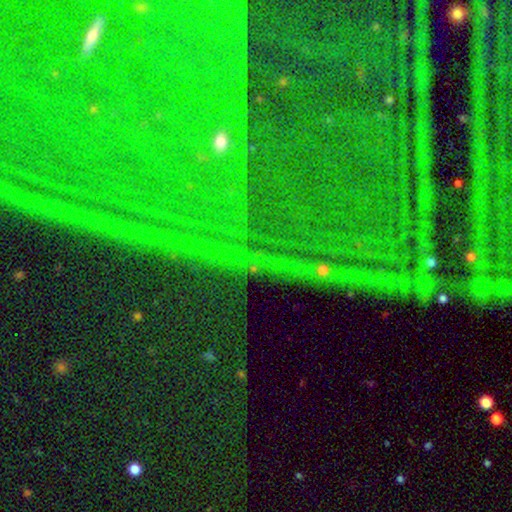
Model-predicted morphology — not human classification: smooth-or-featured: star or artifact: 87% | featured or disk: 7% | smooth: 6%